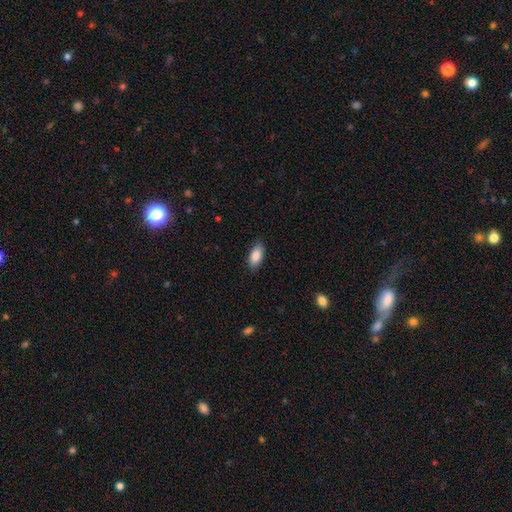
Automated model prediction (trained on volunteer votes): A smooth galaxy with no disk features (87%) that is in between round and cigar-shaped (90%). Merging: none (84%).